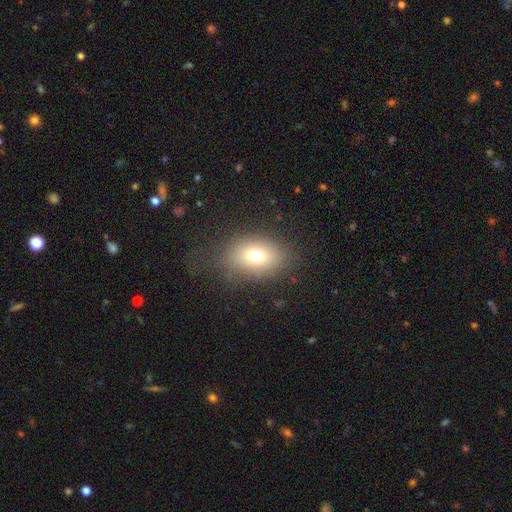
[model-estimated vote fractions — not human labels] Smooth or featured?
  - smooth: 71% *
  - featured or disk: 15%
  - star or artifact: 14%
How rounded?
  - in between: 68% *
  - round: 30%
  - cigar-shaped: 1%
Merging?
  - none: 70% *
  - minor disturbance: 17%
  - major disturbance: 11%
  - merger: 1%